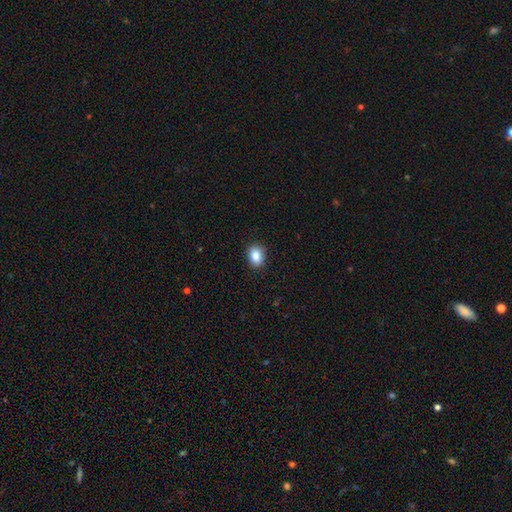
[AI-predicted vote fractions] Q: Smooth or featured?
A: smooth (87%); runner-up: star or artifact (8%)
Q: How rounded?
A: in between (66%); runner-up: round (33%)
Q: Merging?
A: none (86%); runner-up: minor disturbance (11%)